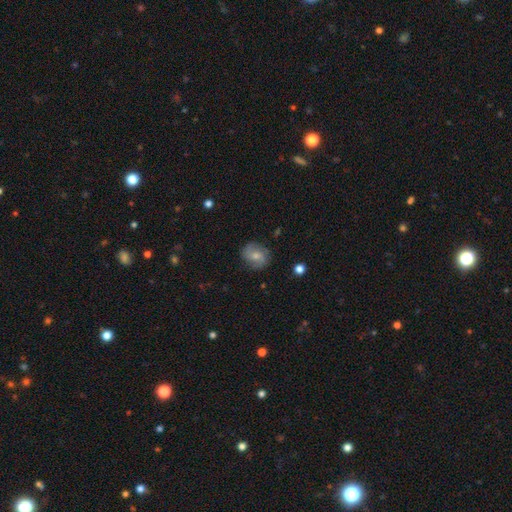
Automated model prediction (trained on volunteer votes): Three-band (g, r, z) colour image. It shows a smooth galaxy with no disk features (51%) that is round (69%). Merging: none (79%).